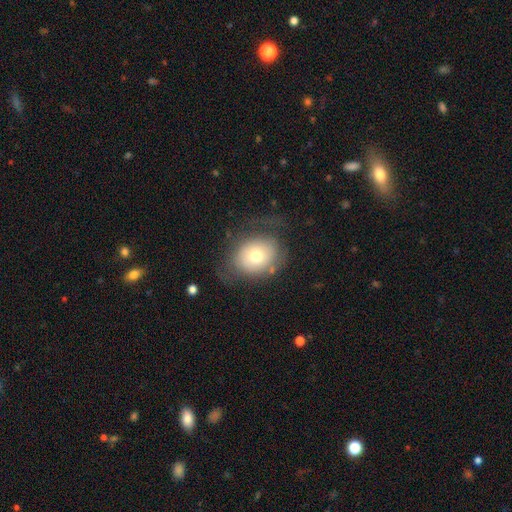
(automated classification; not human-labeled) Smooth or featured: smooth — 63% (featured or disk — 28%)
How rounded: round — 53% (in between — 46%)
Merging: none — 58% (minor disturbance — 22%)